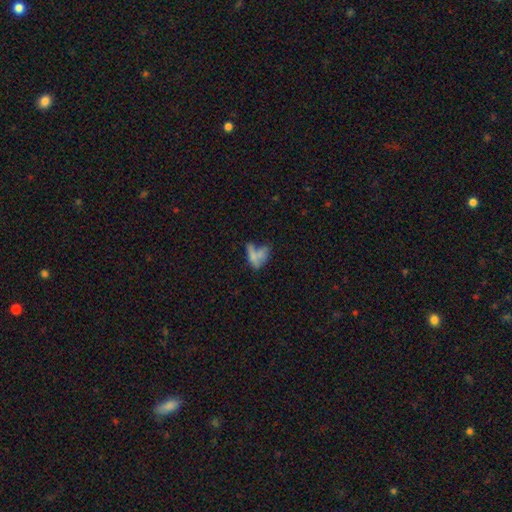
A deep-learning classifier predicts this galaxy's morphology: Smooth or featured? Predicted: smooth (p=0.58). How rounded? Predicted: in between (p=0.70). Merging? Predicted: merger (p=0.40).